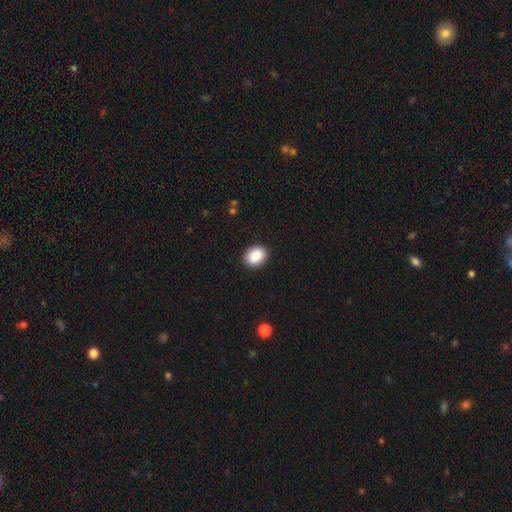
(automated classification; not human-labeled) Smooth or featured?
  - smooth: 89% *
  - star or artifact: 7%
  - featured or disk: 3%
How rounded?
  - in between: 67% *
  - round: 31%
  - cigar-shaped: 1%
Merging?
  - none: 89% *
  - minor disturbance: 8%
  - major disturbance: 2%
  - merger: 1%